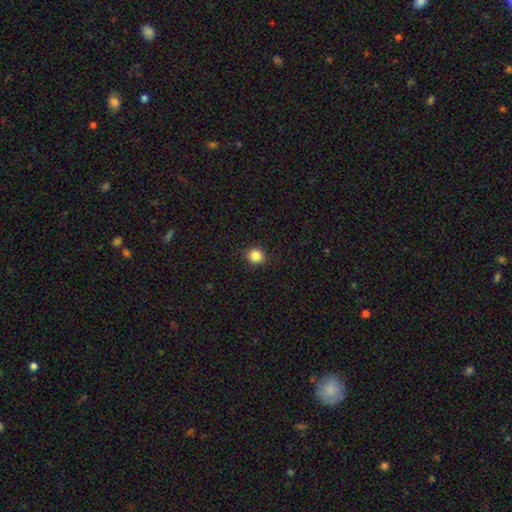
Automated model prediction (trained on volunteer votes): Q: Smooth or featured?
A: smooth (86%); runner-up: star or artifact (11%)
Q: How rounded?
A: round (91%); runner-up: in between (9%)
Q: Merging?
A: none (92%); runner-up: minor disturbance (5%)